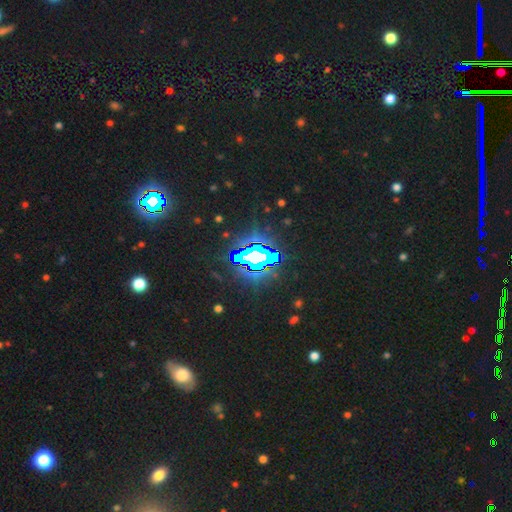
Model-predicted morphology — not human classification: smooth_or_featured: star or artifact (p=0.79) [alt: smooth p=0.11]